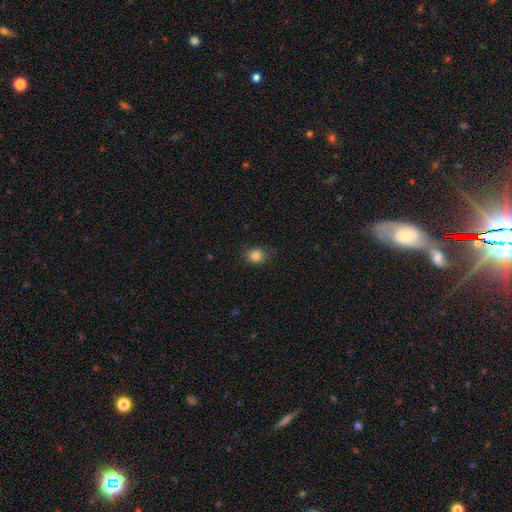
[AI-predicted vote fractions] Q: Smooth or featured?
A: smooth (84%); runner-up: star or artifact (11%)
Q: How rounded?
A: round (63%); runner-up: in between (36%)
Q: Merging?
A: none (81%); runner-up: minor disturbance (14%)